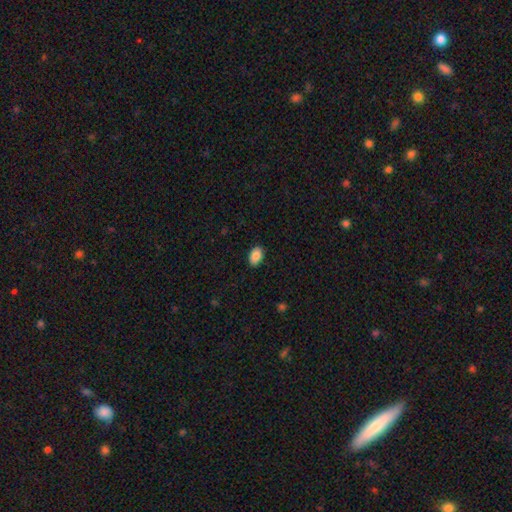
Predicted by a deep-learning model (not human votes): Smooth or featured? Predicted: smooth (p=0.88). How rounded? Predicted: in between (p=0.90). Merging? Predicted: none (p=0.89).